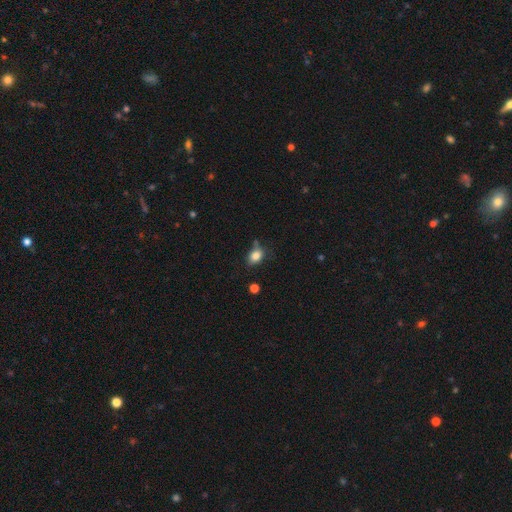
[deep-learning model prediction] A smooth galaxy with no disk features (82%) that is in between round and cigar-shaped (68%).

Vote fractions:
- Smooth or featured? smooth: 82% / star or artifact: 10% / featured or disk: 8%
- How rounded? in between: 68% / round: 30% / cigar-shaped: 2%
- Merging? none: 61% / minor disturbance: 25% / major disturbance: 7% / merger: 7%